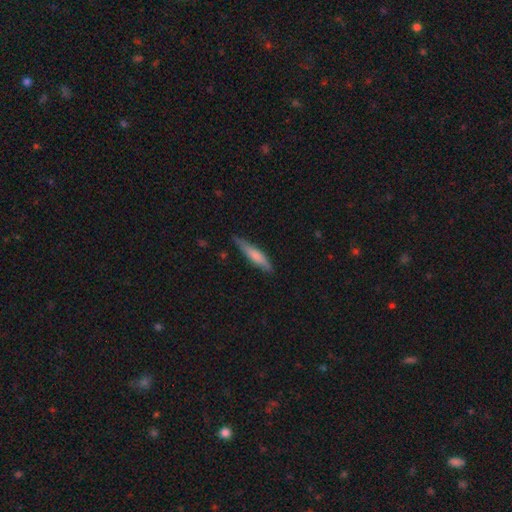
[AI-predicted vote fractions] This is likely a smooth galaxy (72%). How rounded: clearly cigar-shaped (84%). Merging: likely none (75%).